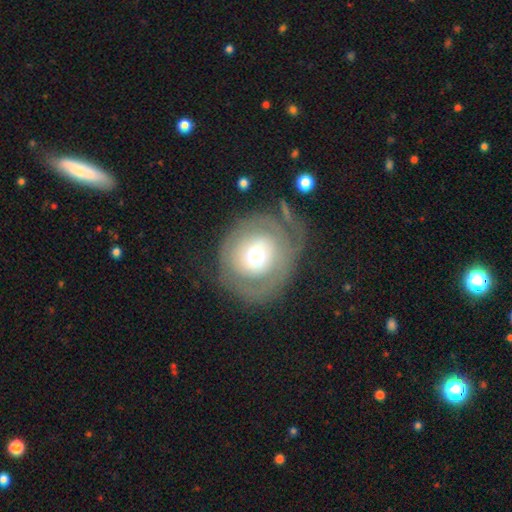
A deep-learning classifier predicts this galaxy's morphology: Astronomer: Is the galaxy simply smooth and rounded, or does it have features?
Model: featured or disk — 55% (runner-up: smooth, 37%).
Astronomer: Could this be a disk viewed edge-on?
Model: no — 96%.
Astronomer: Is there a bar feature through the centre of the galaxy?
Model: no — 83%.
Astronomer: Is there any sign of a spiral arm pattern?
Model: yes — 54% (runner-up: no, 46%).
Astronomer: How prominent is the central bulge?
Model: moderate — 59%.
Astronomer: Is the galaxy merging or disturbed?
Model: none — 65%.